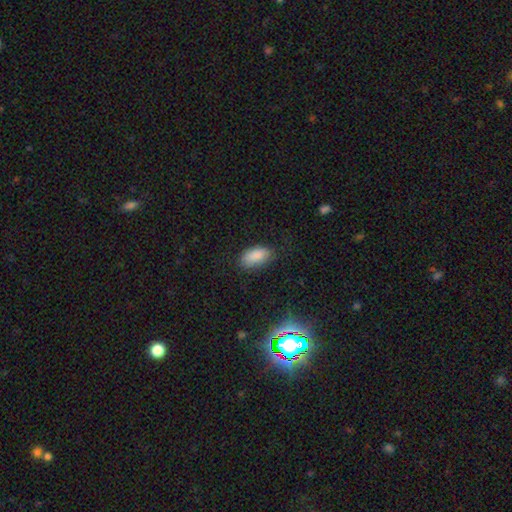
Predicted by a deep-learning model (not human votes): smooth 87%, star or artifact 8%, featured or disk 5%. Down the decision tree: how rounded — in between (93%); merging — none (76%).